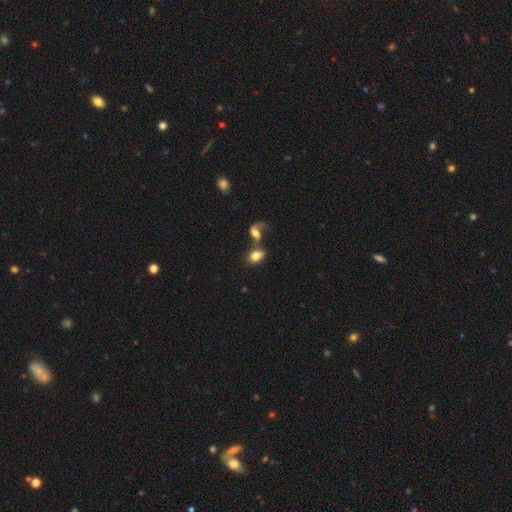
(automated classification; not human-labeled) A smooth galaxy with no disk features (73%) that is in between round and cigar-shaped (74%). Merging: merger (53%).